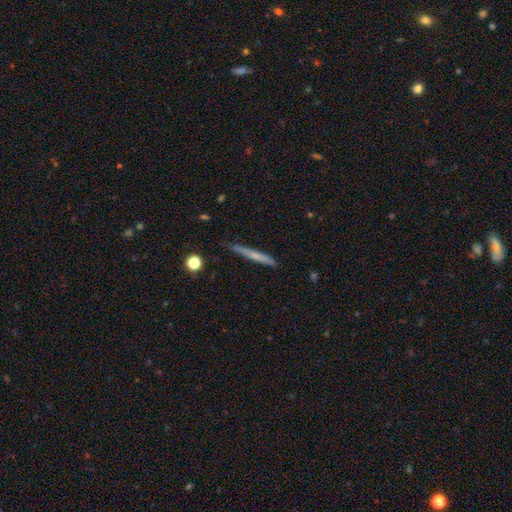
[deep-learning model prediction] smooth_or_featured: smooth (p=0.50) [alt: featured or disk p=0.43]
how_rounded: cigar-shaped (p=0.96) [alt: in between p=0.03]
merging: none (p=0.84) [alt: minor disturbance p=0.13]